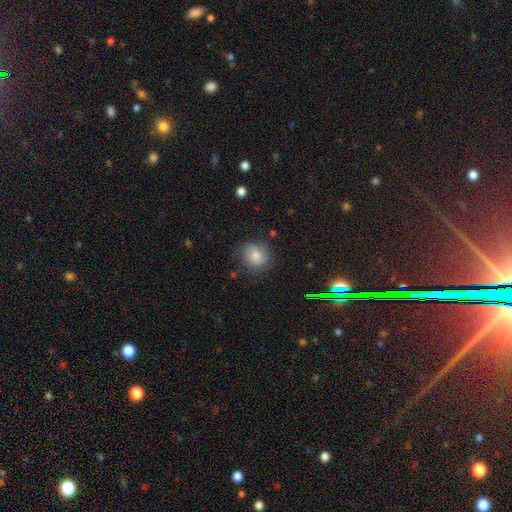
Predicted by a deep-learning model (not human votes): smooth_or_featured: smooth (p=0.78) [alt: featured or disk p=0.12]
how_rounded: round (p=0.76) [alt: in between p=0.23]
merging: none (p=0.73) [alt: minor disturbance p=0.19]